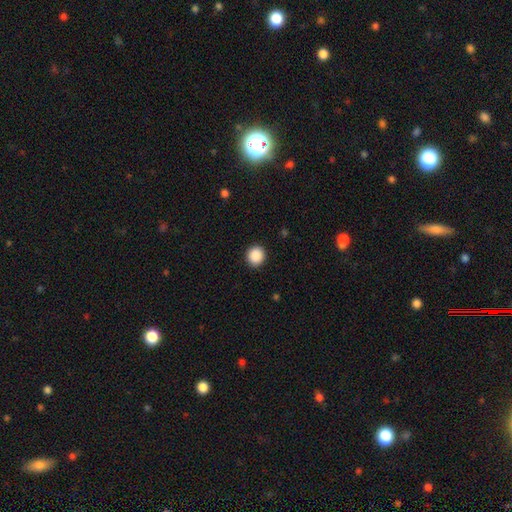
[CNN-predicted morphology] smooth 89%, star or artifact 9%, featured or disk 3%. Down the decision tree: how rounded — round (89%); merging — none (92%).